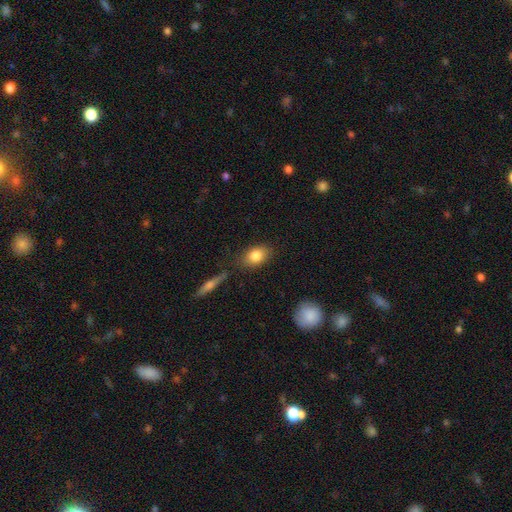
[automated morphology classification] Overall: smooth (82%). How rounded: in between (77%). Merging: none (77%).